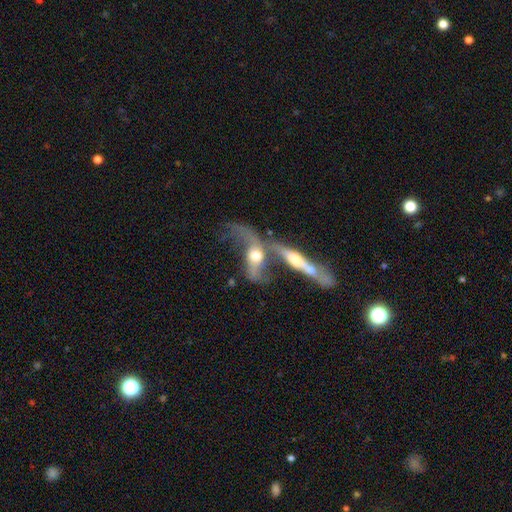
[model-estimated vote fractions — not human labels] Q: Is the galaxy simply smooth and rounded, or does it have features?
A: featured or disk — 67%.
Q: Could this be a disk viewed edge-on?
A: no — 66%.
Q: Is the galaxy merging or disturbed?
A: merger — 72%.